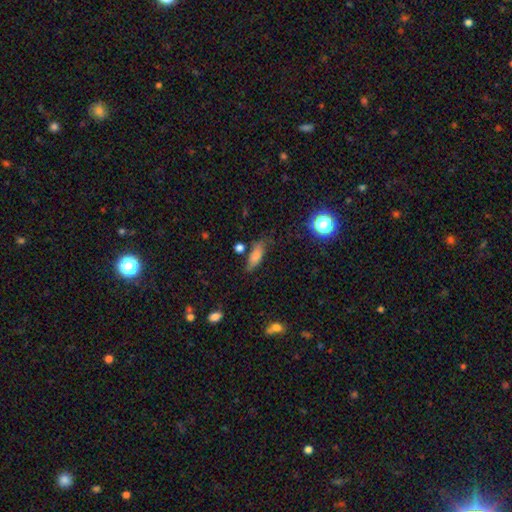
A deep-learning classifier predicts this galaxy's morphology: Smooth or featured? Predicted: smooth (p=0.78). How rounded? Predicted: in between (p=0.64). Merging? Predicted: none (p=0.62).